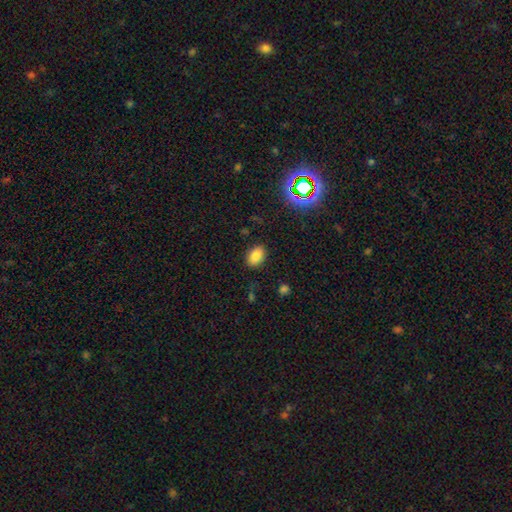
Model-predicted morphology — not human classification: A smooth galaxy with no disk features (83%) that is in between round and cigar-shaped (83%).

Vote fractions:
- Smooth or featured? smooth: 83% / star or artifact: 11% / featured or disk: 7%
- How rounded? in between: 83% / round: 16% / cigar-shaped: 1%
- Merging? none: 86% / minor disturbance: 10% / major disturbance: 3% / merger: 1%